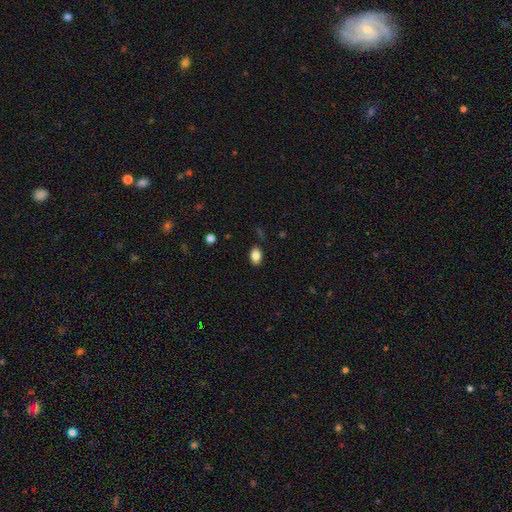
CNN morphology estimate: Smooth or featured: smooth — 84% (star or artifact — 9%)
How rounded: in between — 84% (round — 15%)
Merging: none — 84% (minor disturbance — 12%)